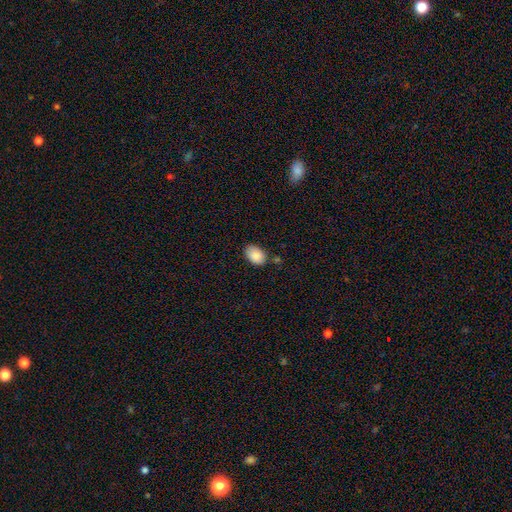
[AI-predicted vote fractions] Overall: smooth (89%). How rounded: in between (85%). Merging: none (72%).